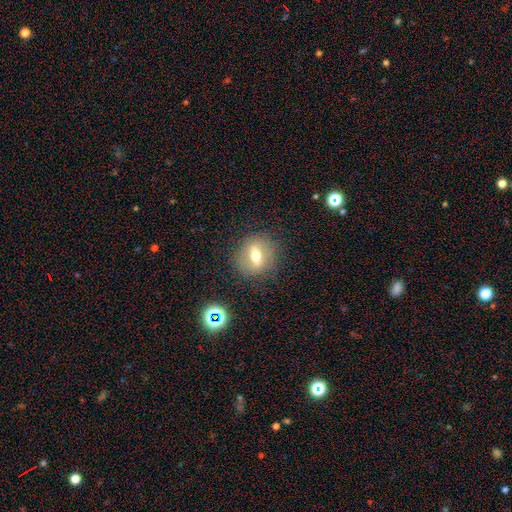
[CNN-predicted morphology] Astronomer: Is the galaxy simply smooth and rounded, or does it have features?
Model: featured or disk — 46% (runner-up: smooth, 43%).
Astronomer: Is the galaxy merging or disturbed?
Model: none — 81%.